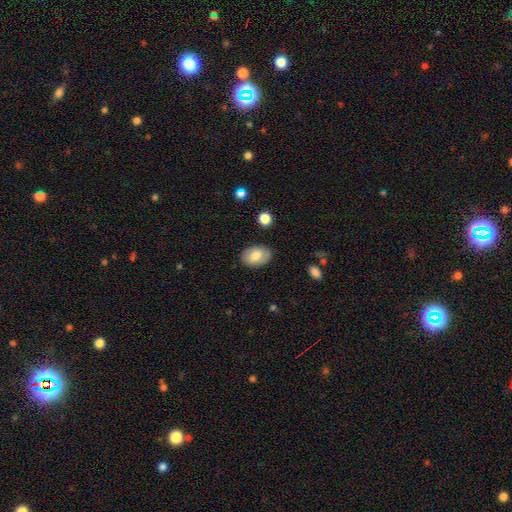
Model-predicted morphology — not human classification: This appears to be a smooth galaxy with no disk features (77%) that is in between round and cigar-shaped (85%). Merging: none (85%).